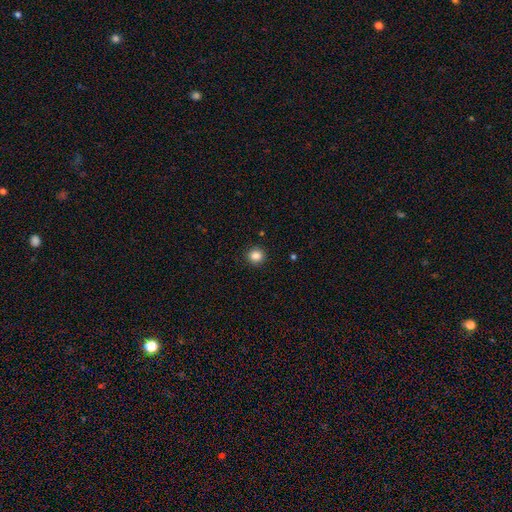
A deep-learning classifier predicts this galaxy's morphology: Overall: smooth (86%). How rounded: round (88%). Merging: none (91%).